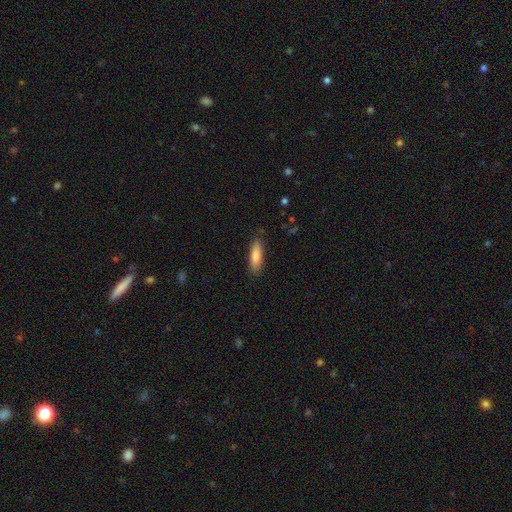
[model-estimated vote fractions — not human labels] smooth_or_featured: smooth (p=0.84) [alt: featured or disk p=0.10]
how_rounded: cigar-shaped (p=0.56) [alt: in between p=0.43]
merging: none (p=0.86) [alt: minor disturbance p=0.11]